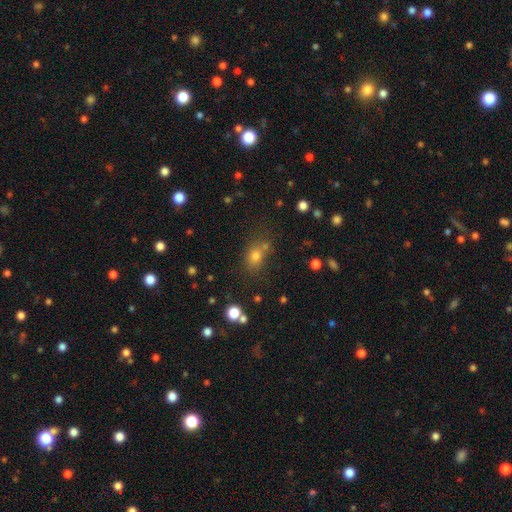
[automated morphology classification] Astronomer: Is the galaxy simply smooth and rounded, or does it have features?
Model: smooth — 70%.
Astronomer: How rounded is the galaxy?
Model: round — 51% (runner-up: in between, 47%).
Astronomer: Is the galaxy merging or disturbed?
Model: none — 65%.